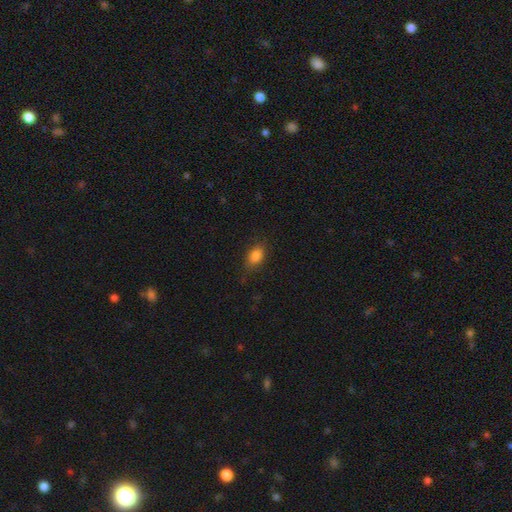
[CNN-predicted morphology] Smooth or featured? smooth (84%)
How rounded? in between (81%)
Merging? none (78%)